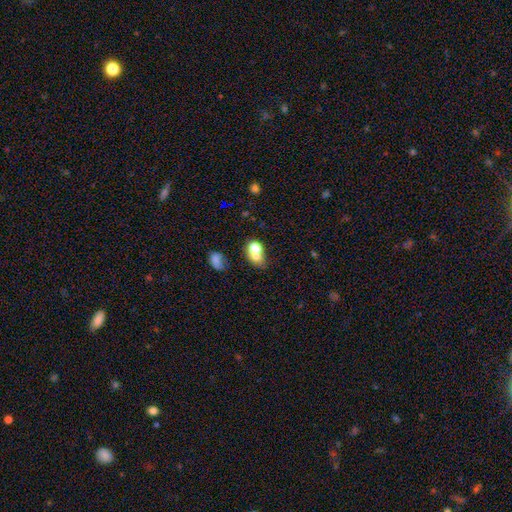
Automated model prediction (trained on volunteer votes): Smooth or featured: smooth — 67% (featured or disk — 17%)
How rounded: round — 54% (in between — 45%)
Merging: merger — 51% (none — 32%)